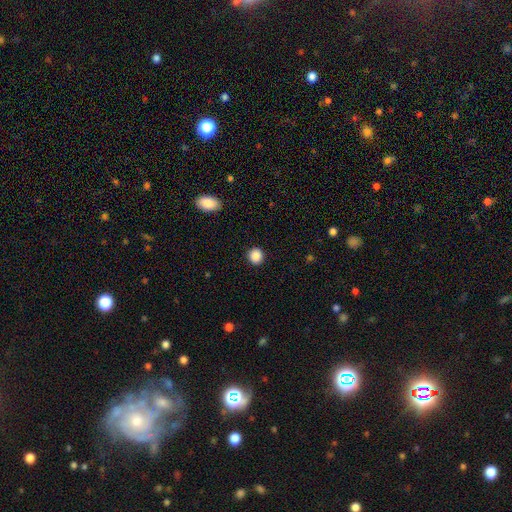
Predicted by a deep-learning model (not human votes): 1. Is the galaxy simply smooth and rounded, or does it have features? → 88% smooth, 9% star or artifact, 2% featured or disk.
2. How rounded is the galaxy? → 90% round, 9% in between, 1% cigar-shaped.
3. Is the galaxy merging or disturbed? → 91% none, 6% minor disturbance, 2% major disturbance, 1% merger.